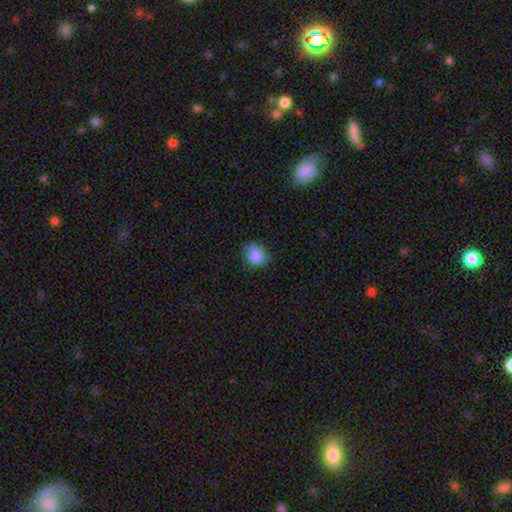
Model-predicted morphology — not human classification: Smooth or featured? Predicted: smooth (p=0.86). How rounded? Predicted: round (p=0.60). Merging? Predicted: none (p=0.69).